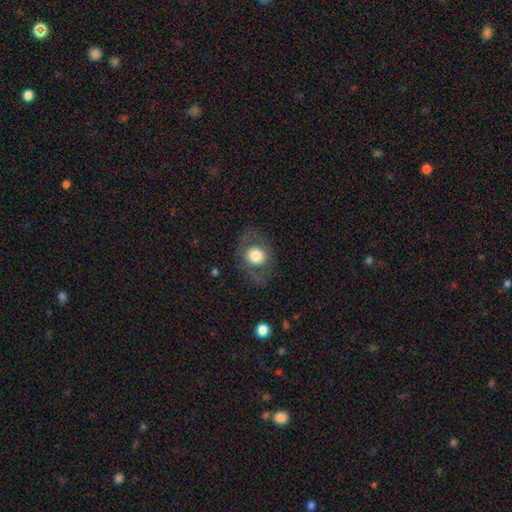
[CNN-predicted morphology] This is likely a smooth galaxy (62%). How rounded: possibly round (58%). Merging: likely none (76%).